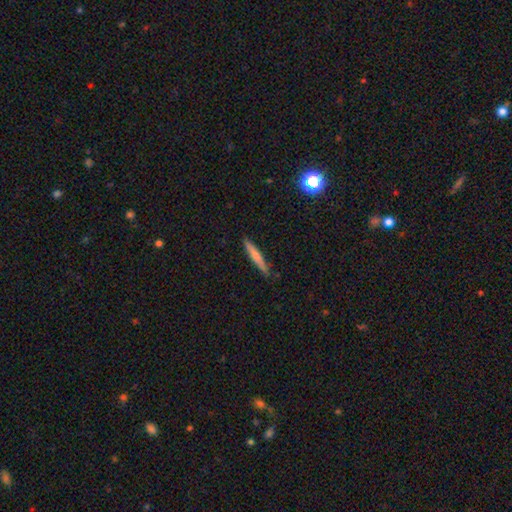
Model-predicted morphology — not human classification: smooth_or_featured: smooth (p=0.66) [alt: featured or disk p=0.28]
how_rounded: cigar-shaped (p=0.95) [alt: in between p=0.04]
merging: none (p=0.88) [alt: minor disturbance p=0.10]